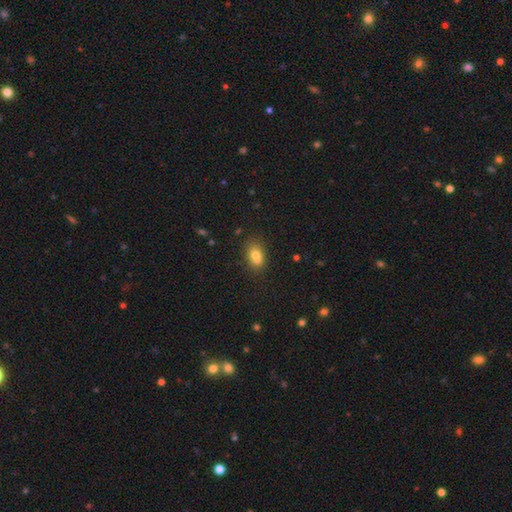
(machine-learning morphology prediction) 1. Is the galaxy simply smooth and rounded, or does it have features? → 76% smooth, 13% featured or disk, 11% star or artifact.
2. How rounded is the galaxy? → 77% in between, 20% round, 3% cigar-shaped.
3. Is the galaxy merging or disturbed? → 54% none, 24% merger, 17% minor disturbance, 5% major disturbance.